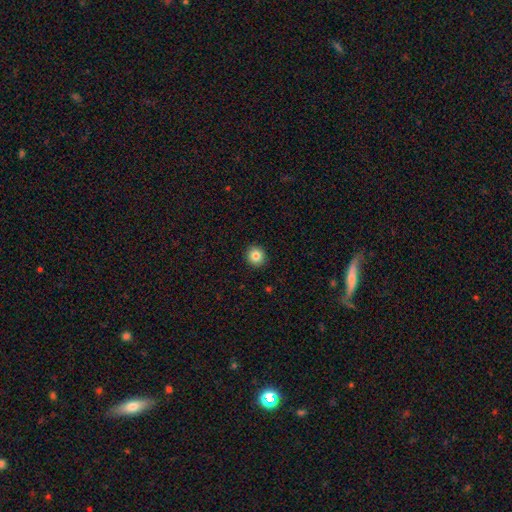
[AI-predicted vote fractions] smooth_or_featured: smooth (p=0.84) [alt: star or artifact p=0.10]
how_rounded: round (p=0.90) [alt: in between p=0.09]
merging: none (p=0.92) [alt: minor disturbance p=0.05]